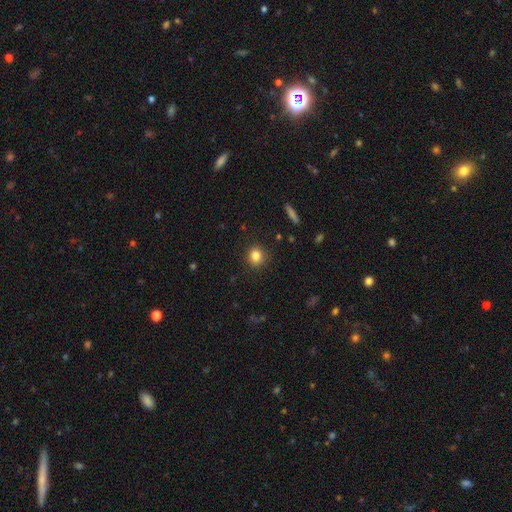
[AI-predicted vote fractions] Morphology: type=smooth (83%); roundness=round (84%); merging=none (90%).